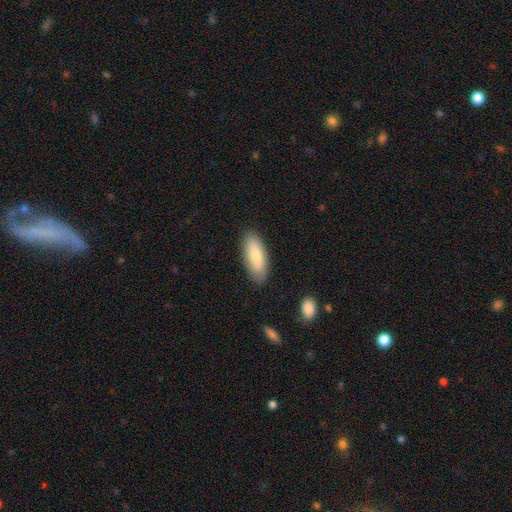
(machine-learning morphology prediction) type=smooth (72%); roundness=in between (80%); merging=none (84%).